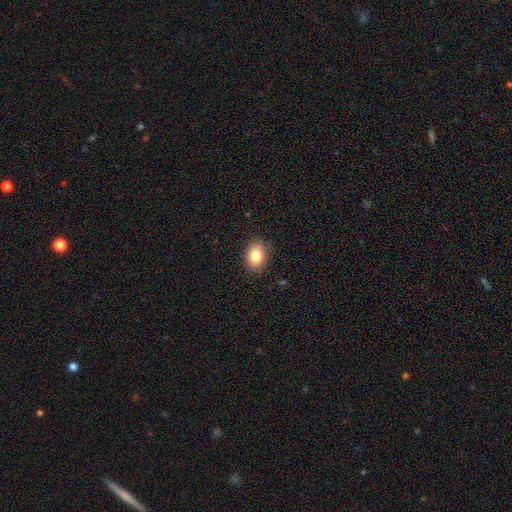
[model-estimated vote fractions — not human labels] Smooth or featured?
  - smooth: 83% *
  - star or artifact: 9%
  - featured or disk: 8%
How rounded?
  - in between: 73% *
  - round: 26%
  - cigar-shaped: 1%
Merging?
  - none: 85% *
  - minor disturbance: 12%
  - major disturbance: 3%
  - merger: 1%